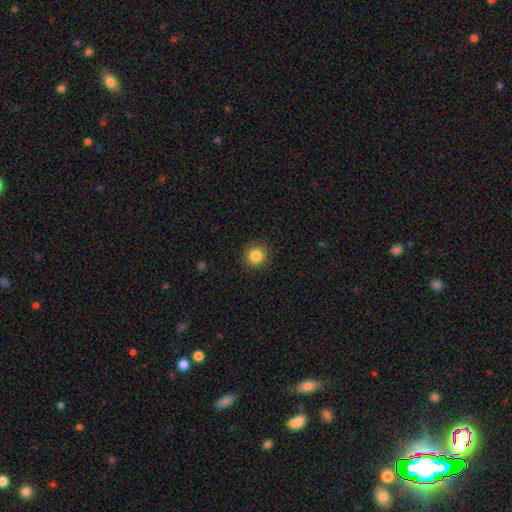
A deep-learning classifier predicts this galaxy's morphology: The model was most divided on "smooth or featured": smooth: 84%, star or artifact: 11%, featured or disk: 5%. More confident: how rounded — round (93%); merging — none (91%).